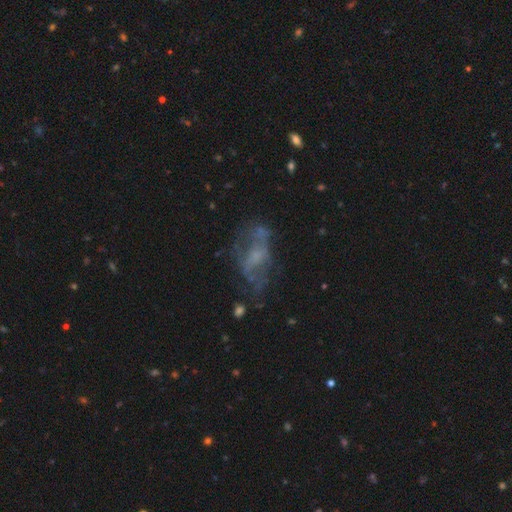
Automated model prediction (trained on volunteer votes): smooth-or-featured: featured or disk: 58% | smooth: 25% | star or artifact: 16%
  disk-edge-on: no: 92% | yes: 8%
    bar: no: 64% | weak: 28% | strong: 8%
    has-spiral-arms: no: 59% | yes: 41%
    bulge-size: none: 34% (tied) | small: 34% (tied) | moderate: 25% | large: 5% | dominant: 1%
  merging: none: 47% | major disturbance: 26% | minor disturbance: 20% | merger: 7%